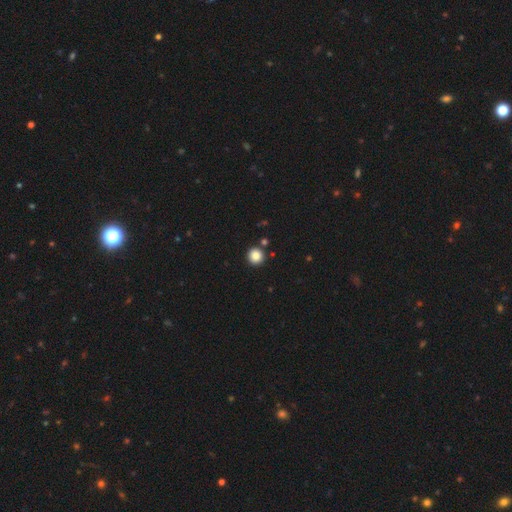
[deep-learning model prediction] smooth_or_featured: smooth (p=0.85) [alt: star or artifact p=0.11]
how_rounded: round (p=0.95) [alt: in between p=0.04]
merging: none (p=0.89) [alt: minor disturbance p=0.05]